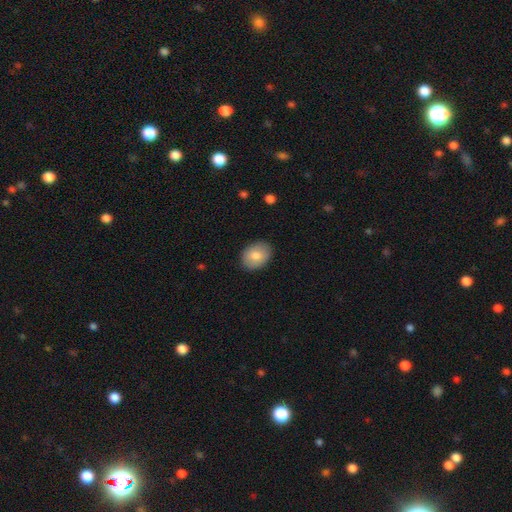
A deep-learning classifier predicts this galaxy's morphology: A smooth galaxy with no disk features (80%) that is in between round and cigar-shaped (66%).

Vote fractions:
- Smooth or featured? smooth: 80% / featured or disk: 13% / star or artifact: 7%
- How rounded? in between: 66% / round: 33% / cigar-shaped: 1%
- Merging? none: 88% / minor disturbance: 9% / major disturbance: 2% / merger: 1%